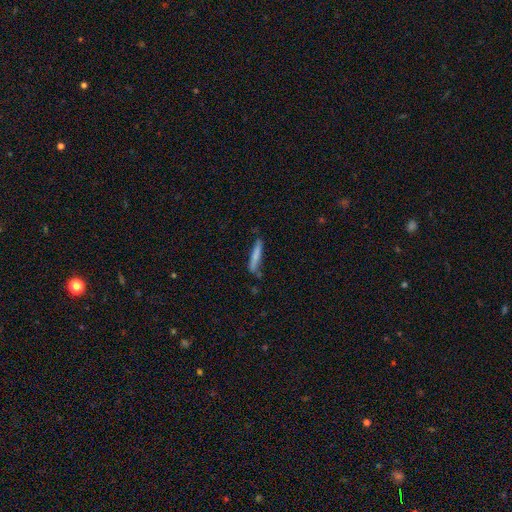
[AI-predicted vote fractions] Smooth or featured? smooth (72%)
How rounded? cigar-shaped (91%)
Merging? none (71%)